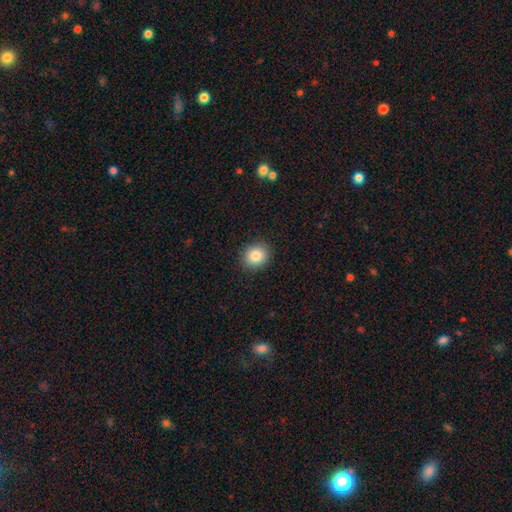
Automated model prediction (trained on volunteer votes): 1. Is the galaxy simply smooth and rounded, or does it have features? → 85% smooth, 9% star or artifact, 6% featured or disk.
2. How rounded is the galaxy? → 75% round, 25% in between, 1% cigar-shaped.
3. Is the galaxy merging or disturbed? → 90% none, 7% minor disturbance, 2% major disturbance, 1% merger.